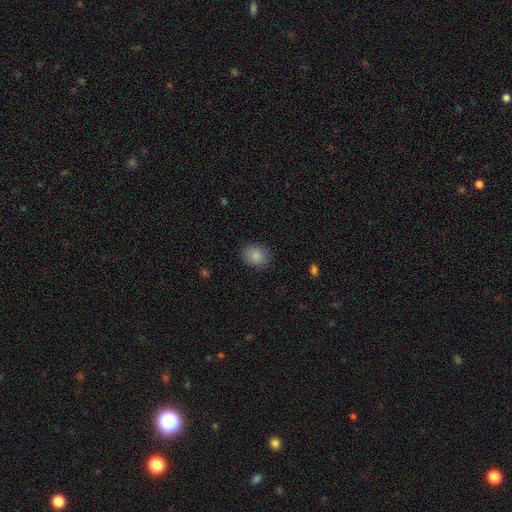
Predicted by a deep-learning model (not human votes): This is clearly a smooth galaxy (87%). How rounded: possibly round (60%). Merging: clearly none (86%).